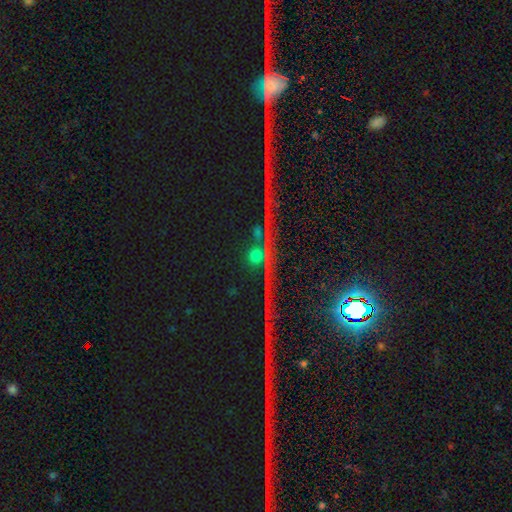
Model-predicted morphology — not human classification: star or artifact 68%, smooth 21%, featured or disk 11%.